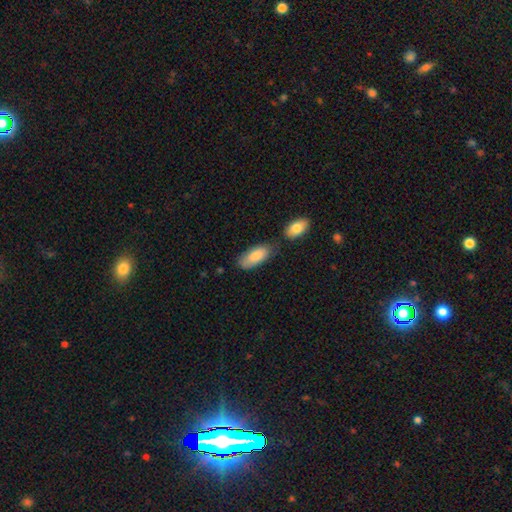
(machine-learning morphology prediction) Smooth or featured: smooth — 82% (featured or disk — 12%)
How rounded: in between — 87% (cigar-shaped — 11%)
Merging: none — 62% (minor disturbance — 19%)